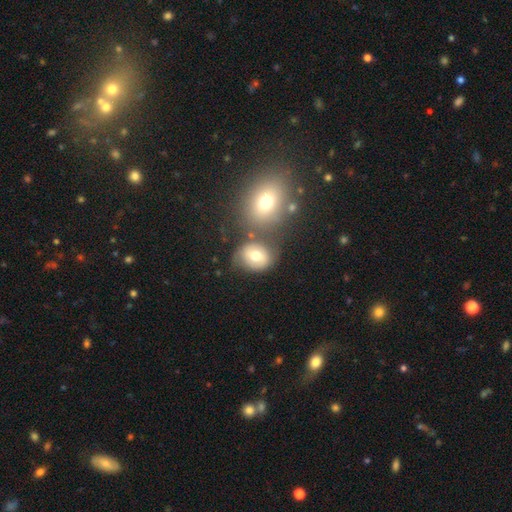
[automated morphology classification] Overall: smooth (66%). How rounded: round (61%; in between 38%). Merging: none (58%).